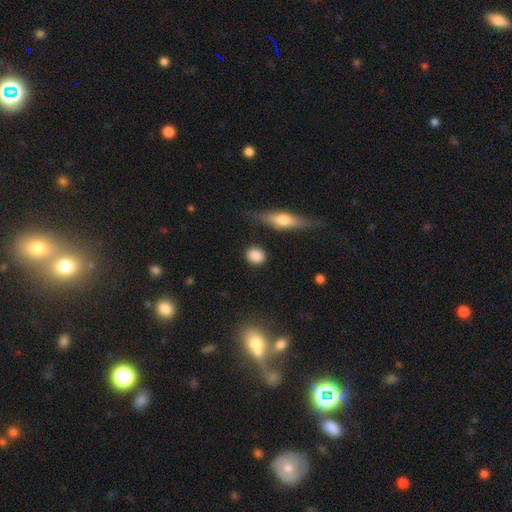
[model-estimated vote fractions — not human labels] Smooth or featured? smooth (85%)
How rounded? round (66%)
Merging? none (85%)